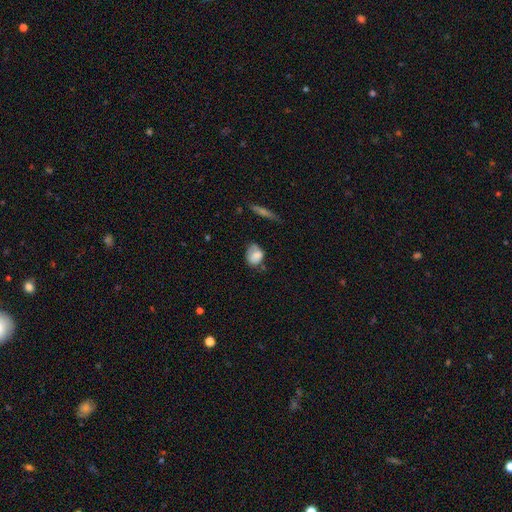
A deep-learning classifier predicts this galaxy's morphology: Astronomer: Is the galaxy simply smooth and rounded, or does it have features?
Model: smooth — 77%.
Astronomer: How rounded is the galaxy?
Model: in between — 62%.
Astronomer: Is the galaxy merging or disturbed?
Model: none — 45% (runner-up: minor disturbance, 34%).